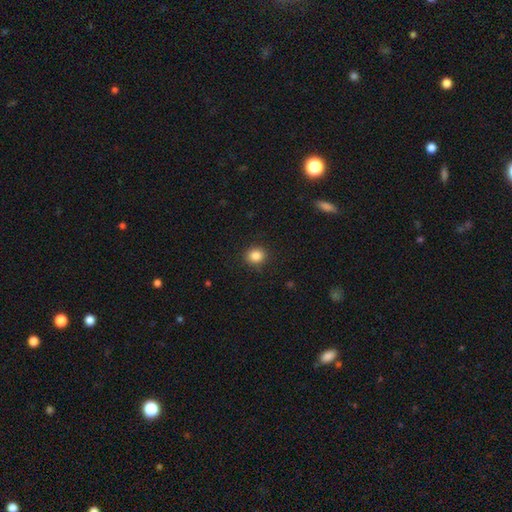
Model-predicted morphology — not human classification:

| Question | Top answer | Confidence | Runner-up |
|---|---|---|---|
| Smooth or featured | smooth | 85% | star or artifact (11%) |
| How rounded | round | 84% | in between (15%) |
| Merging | none | 89% | minor disturbance (8%) |